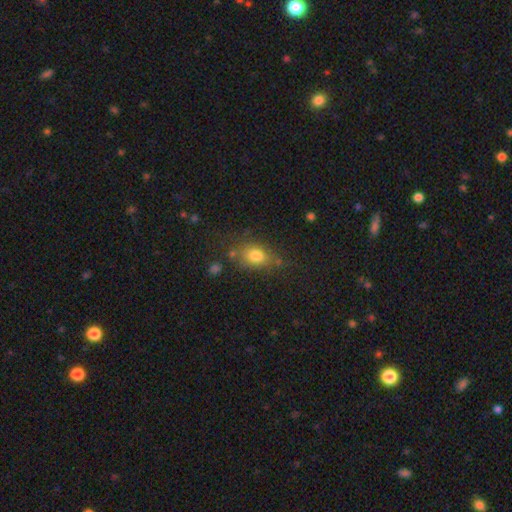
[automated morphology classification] This is likely a smooth galaxy (78%). How rounded: likely in between (69%). Merging: likely none (63%).